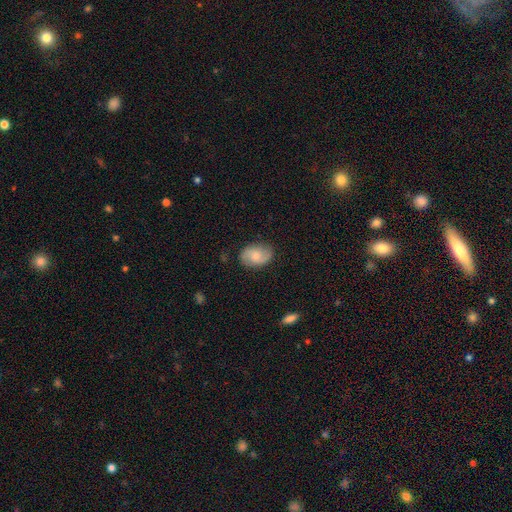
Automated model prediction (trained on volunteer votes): Overall: smooth (55%; featured or disk 37%). How rounded: in between (79%). Merging: none (80%).